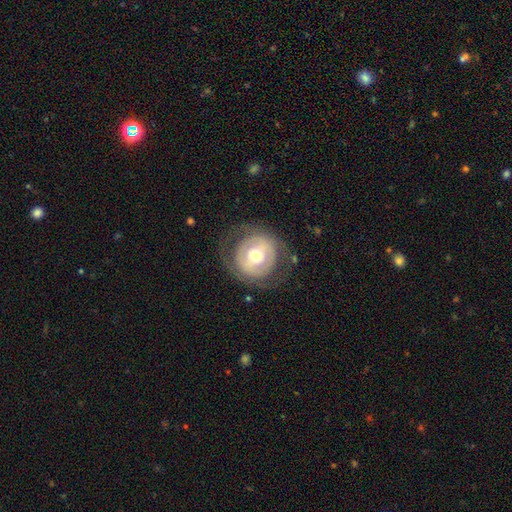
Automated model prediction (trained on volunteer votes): smooth_or_featured: featured or disk (p=0.56) [alt: smooth p=0.38]
disk_edge_on: no (p=0.96) [alt: yes p=0.04]
bar: no (p=0.55) [alt: weak p=0.29]
has_spiral_arms: no (p=0.68) [alt: yes p=0.32]
bulge_size: moderate (p=0.72) [alt: large p=0.16]
merging: none (p=0.74) [alt: minor disturbance p=0.14]